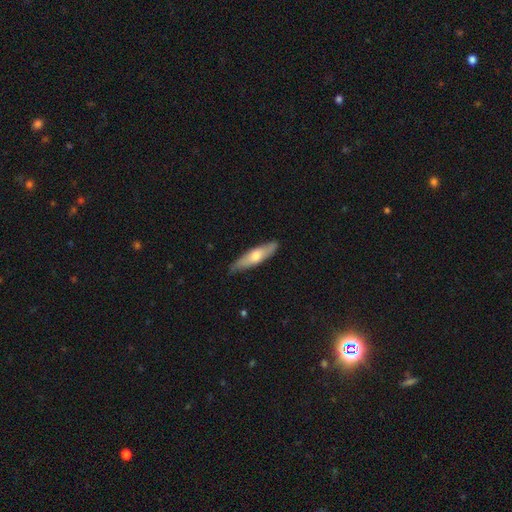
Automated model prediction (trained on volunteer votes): Smooth or featured? Predicted: smooth (p=0.55). How rounded? Predicted: cigar-shaped (p=0.71). Merging? Predicted: none (p=0.79).